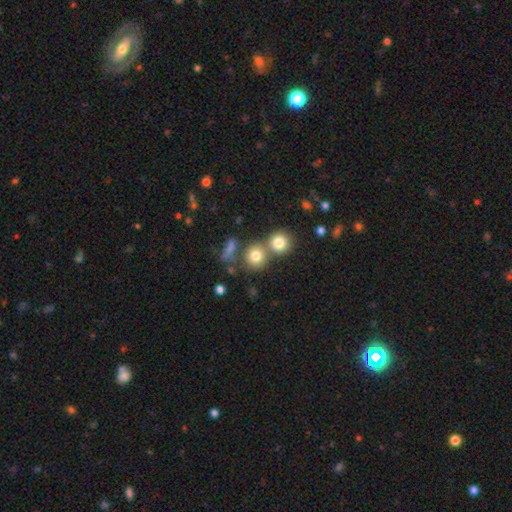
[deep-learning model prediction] Smooth or featured? smooth (78%)
How rounded? round (83%)
Merging? none (53%)